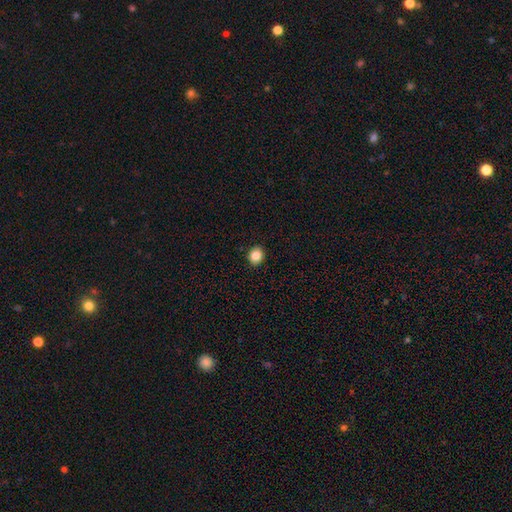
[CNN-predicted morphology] type=smooth (86%); roundness=round (68%); merging=none (91%).